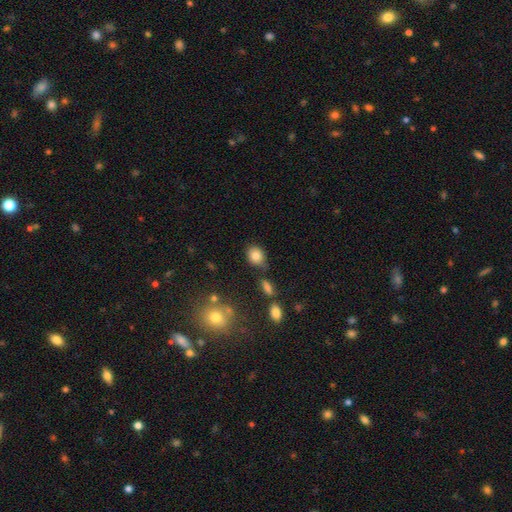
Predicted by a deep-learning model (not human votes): This appears to be a smooth galaxy with no disk features (81%) that is round (50%). Merging: none (67%).